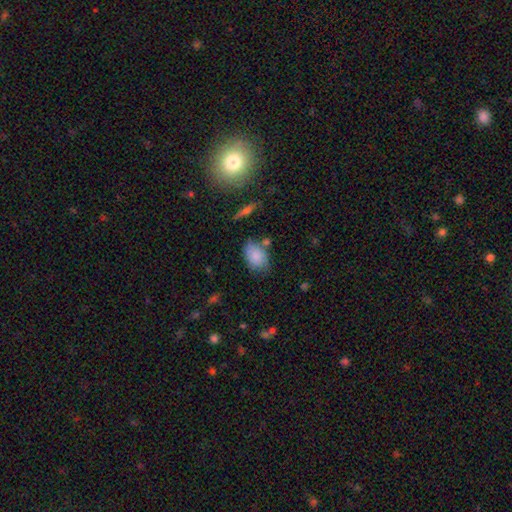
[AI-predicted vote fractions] Smooth or featured? Predicted: smooth (p=0.83). How rounded? Predicted: in between (p=0.81). Merging? Predicted: none (p=0.65).